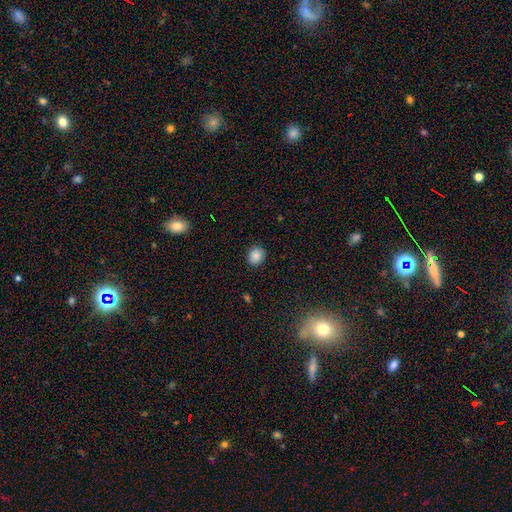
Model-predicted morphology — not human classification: smooth_or_featured: smooth (p=0.86) [alt: star or artifact p=0.09]
how_rounded: round (p=0.71) [alt: in between p=0.28]
merging: none (p=0.89) [alt: minor disturbance p=0.08]